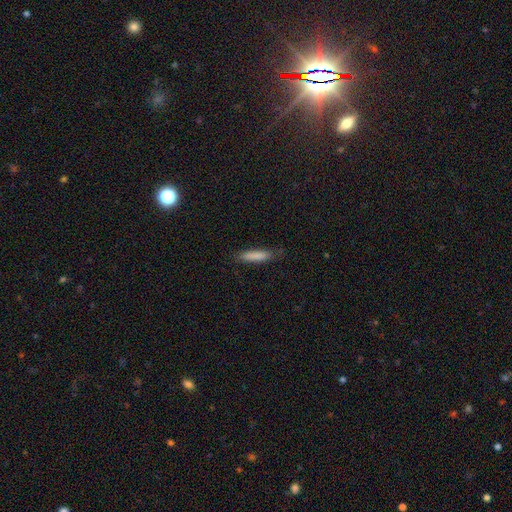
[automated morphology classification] Smooth or featured?
  - smooth: 83% *
  - featured or disk: 11%
  - star or artifact: 7%
How rounded?
  - cigar-shaped: 84% *
  - in between: 15%
  - round: 1%
Merging?
  - none: 79% *
  - minor disturbance: 16%
  - major disturbance: 3%
  - merger: 1%